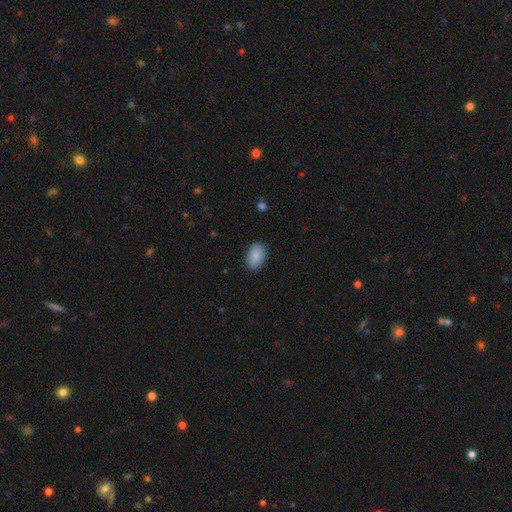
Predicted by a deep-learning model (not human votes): smooth_or_featured: smooth (p=0.87) [alt: star or artifact p=0.07]
how_rounded: in between (p=0.91) [alt: round p=0.08]
merging: none (p=0.87) [alt: minor disturbance p=0.10]